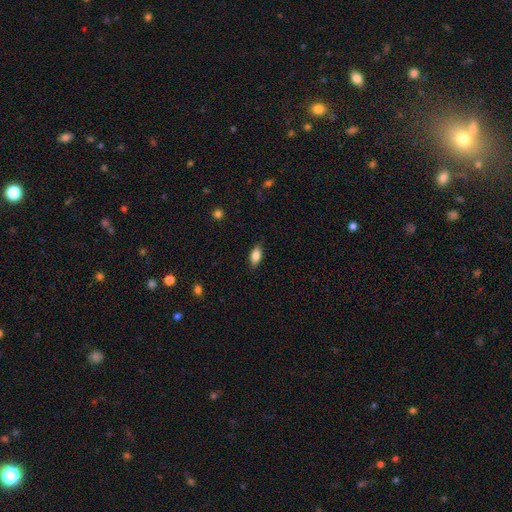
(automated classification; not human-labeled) Smooth or featured: smooth — 83% (featured or disk — 10%)
How rounded: in between — 87% (cigar-shaped — 9%)
Merging: none — 86% (minor disturbance — 11%)